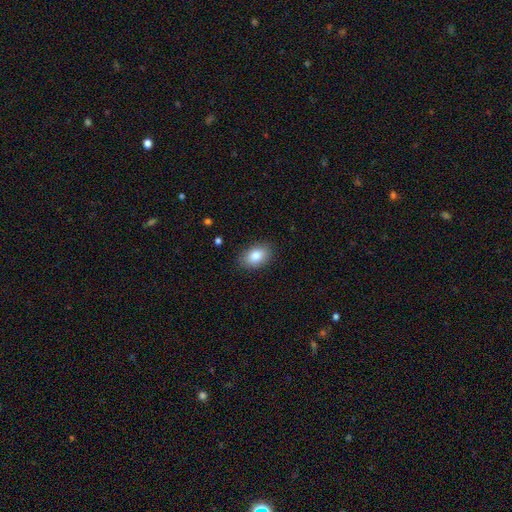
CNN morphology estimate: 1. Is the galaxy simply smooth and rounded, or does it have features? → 85% smooth, 8% featured or disk, 7% star or artifact.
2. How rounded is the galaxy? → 86% in between, 12% round, 1% cigar-shaped.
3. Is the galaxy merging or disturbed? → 86% none, 10% minor disturbance, 3% major disturbance, 1% merger.